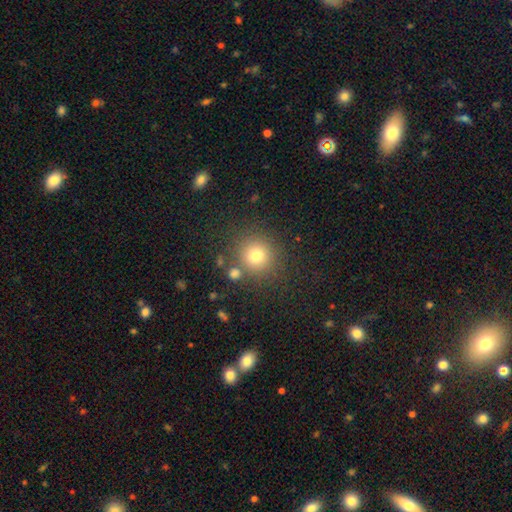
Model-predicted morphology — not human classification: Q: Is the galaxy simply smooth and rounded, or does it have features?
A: smooth — 76%.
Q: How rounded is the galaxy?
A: round — 93%.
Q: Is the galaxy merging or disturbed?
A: none — 82%.